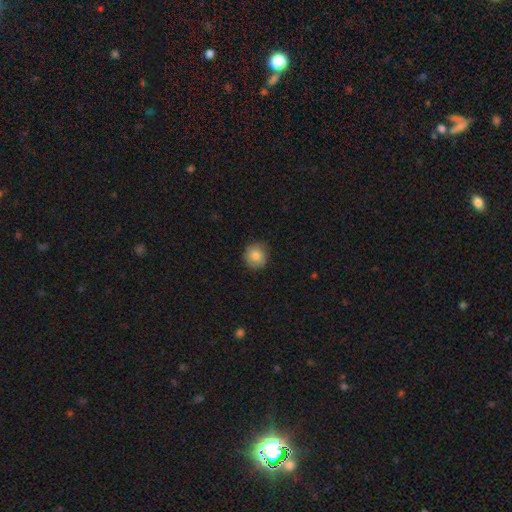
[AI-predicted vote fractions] smooth-or-featured: smooth: 83% | star or artifact: 9% | featured or disk: 8%
  how-rounded: round: 91% | in between: 8% | cigar-shaped: 1%
  merging: none: 84% | minor disturbance: 13% | major disturbance: 3% | merger: 1%